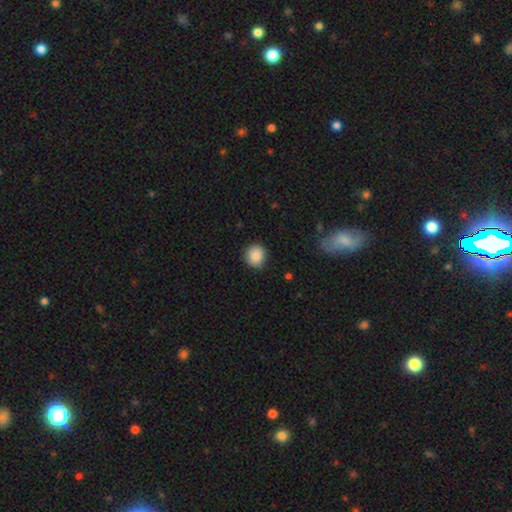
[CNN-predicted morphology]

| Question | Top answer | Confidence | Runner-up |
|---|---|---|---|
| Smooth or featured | smooth | 88% | star or artifact (8%) |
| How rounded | round | 91% | in between (8%) |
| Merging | none | 90% | minor disturbance (7%) |